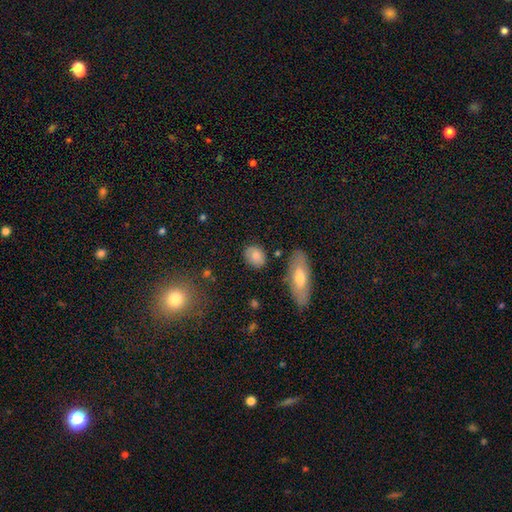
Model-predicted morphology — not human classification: smooth-or-featured: smooth: 81% | featured or disk: 11% | star or artifact: 8%
  how-rounded: in between: 55% | round: 42% | cigar-shaped: 3%
  merging: none: 81% | minor disturbance: 13% | merger: 3% | major disturbance: 3%